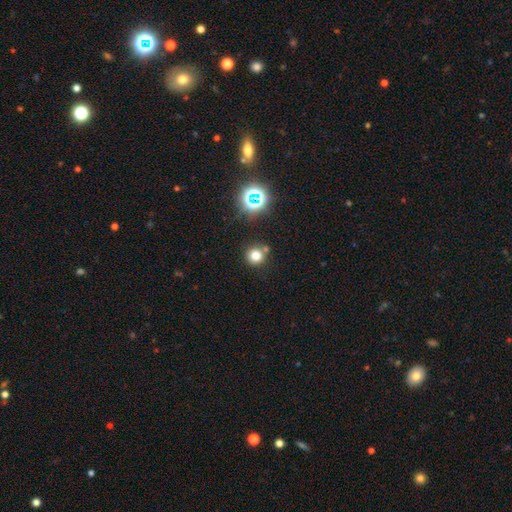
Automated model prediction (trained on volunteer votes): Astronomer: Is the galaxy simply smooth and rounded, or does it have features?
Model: smooth — 73%.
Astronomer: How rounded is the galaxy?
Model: round — 93%.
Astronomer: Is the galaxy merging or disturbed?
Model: none — 77%.